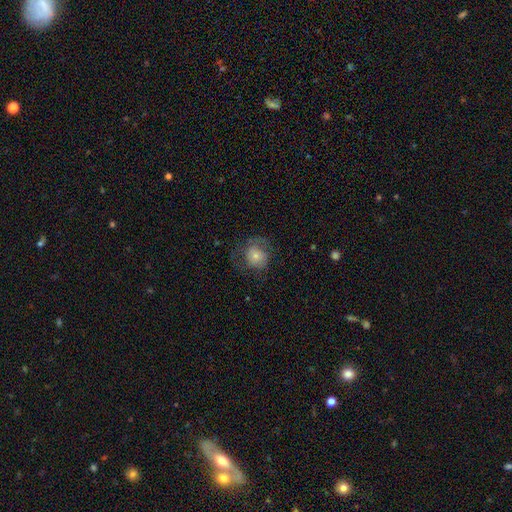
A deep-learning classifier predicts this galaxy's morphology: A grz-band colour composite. It shows a smooth galaxy with no disk features (64%) that is round (78%). Merging: none (55%).